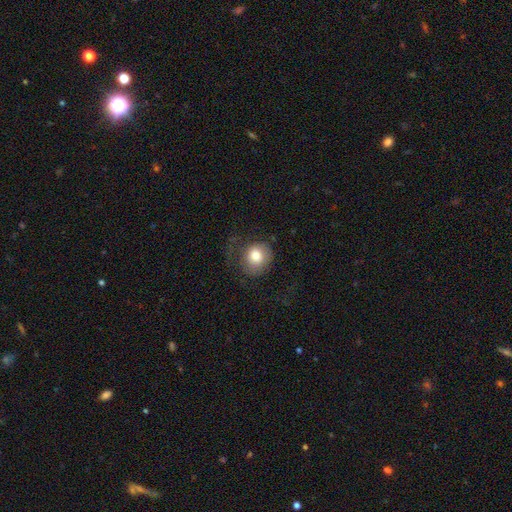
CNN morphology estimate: This appears to be a smooth galaxy with no disk features (76%) that is round (81%). Merging: none (55%).